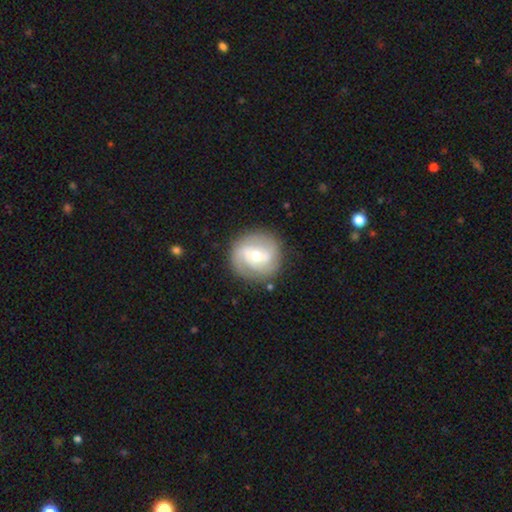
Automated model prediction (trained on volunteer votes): A featured or disk galaxy (68%) with a weak bar (46%), 2 (58%) tight (44%) spiral arms (82%) and a moderate central bulge (63%).

Vote fractions:
- Smooth or featured? featured or disk: 68% / smooth: 26% / star or artifact: 6%
- Edge-on disk? no: 97% / yes: 3%
- Bar? weak: 46% / no: 30% / strong: 24%
- Spiral arms? yes: 82% / no: 18%
- Spiral winding? tight: 44% / medium: 39% / loose: 17%
- Spiral arm count? 2: 58% / can't tell: 20% / 3: 12% / 1: 4% / 4: 3% / more than 4: 2%
- Bulge size? moderate: 63% / small: 31% / large: 5% / none: 1% / dominant: 1%
- Merging? none: 83% / minor disturbance: 11% / major disturbance: 5% / merger: 2%